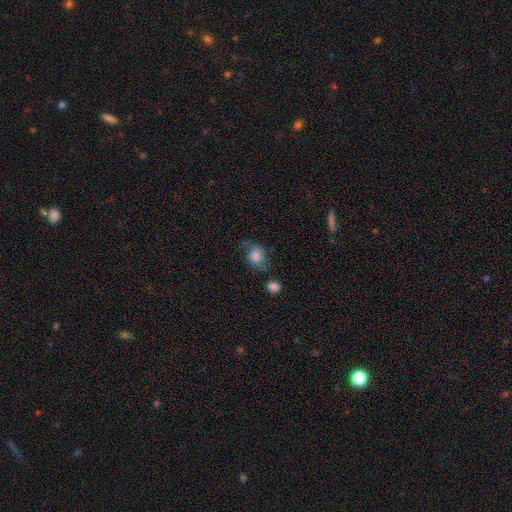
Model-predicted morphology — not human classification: type=smooth (63%); roundness=round (61%); merging=none (49%).